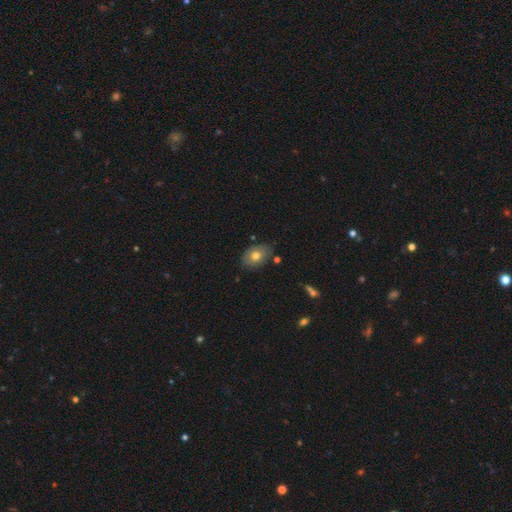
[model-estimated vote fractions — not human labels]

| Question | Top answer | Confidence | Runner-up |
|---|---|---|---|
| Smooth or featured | smooth | 73% | featured or disk (18%) |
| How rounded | in between | 75% | round (24%) |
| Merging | none | 78% | minor disturbance (16%) |